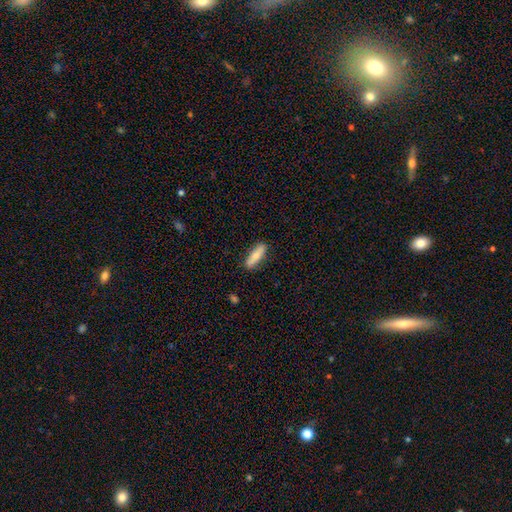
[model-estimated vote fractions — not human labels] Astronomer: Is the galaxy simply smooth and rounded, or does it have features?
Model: smooth — 72%.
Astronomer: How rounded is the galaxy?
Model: cigar-shaped — 61% (runner-up: in between, 37%).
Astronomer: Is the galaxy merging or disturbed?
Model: none — 86%.